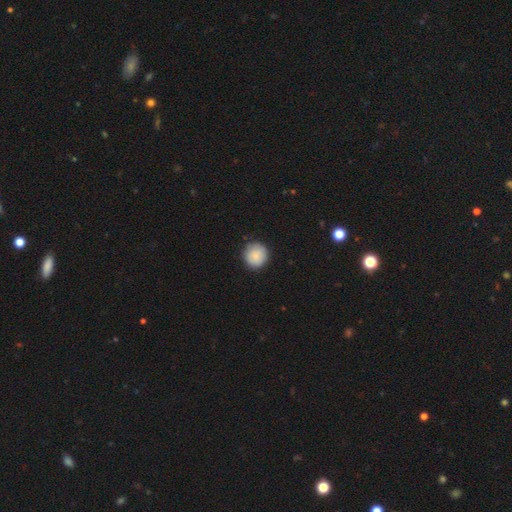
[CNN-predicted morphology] Smooth or featured? Predicted: smooth (p=0.88). How rounded? Predicted: round (p=0.92). Merging? Predicted: none (p=0.88).